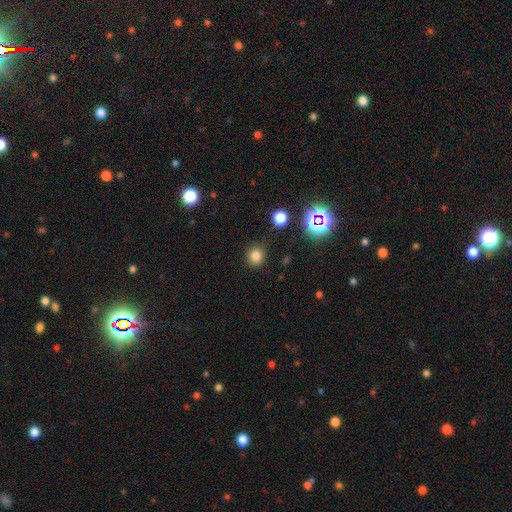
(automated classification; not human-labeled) smooth-or-featured: smooth: 78% | star or artifact: 17% | featured or disk: 5%
  how-rounded: round: 82% | in between: 17% | cigar-shaped: 1%
  merging: none: 85% | minor disturbance: 10% | major disturbance: 3% | merger: 2%